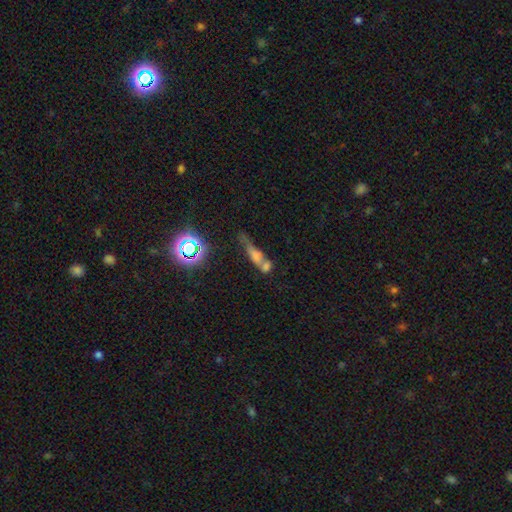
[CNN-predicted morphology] smooth_or_featured: smooth (p=0.45) [alt: featured or disk p=0.31]
merging: merger (p=0.41) [alt: none p=0.31]